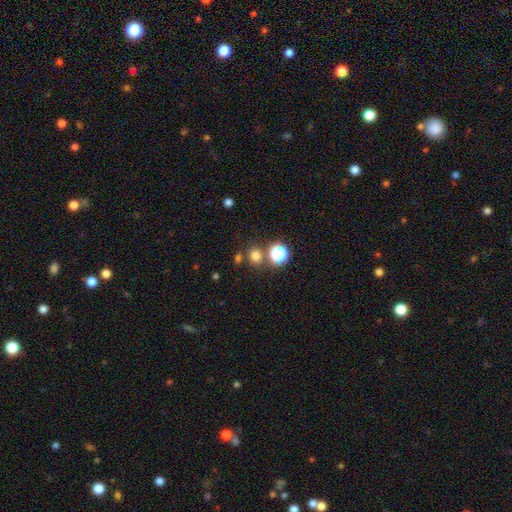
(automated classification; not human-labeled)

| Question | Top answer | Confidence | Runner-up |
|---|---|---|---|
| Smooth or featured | smooth | 72% | star or artifact (22%) |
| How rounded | round | 78% | in between (21%) |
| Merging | none | 75% | merger (13%) |